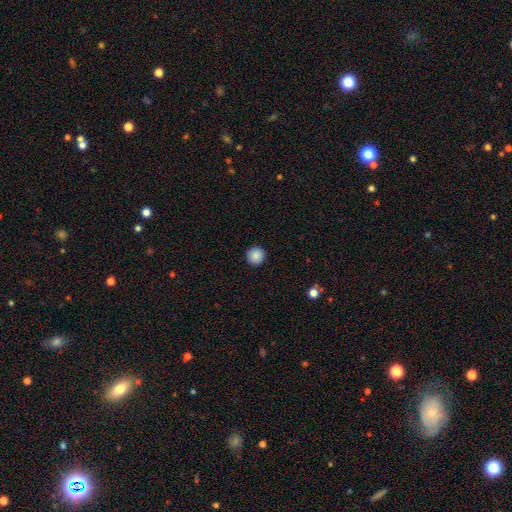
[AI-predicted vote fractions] Overall: smooth (87%). How rounded: round (95%). Merging: none (93%).